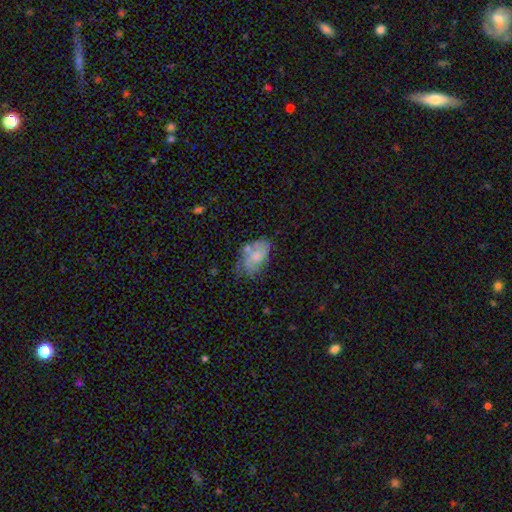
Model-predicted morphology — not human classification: This appears to be a smooth galaxy with no disk features (51%) that is in between round and cigar-shaped (88%). Merging: none (42%).